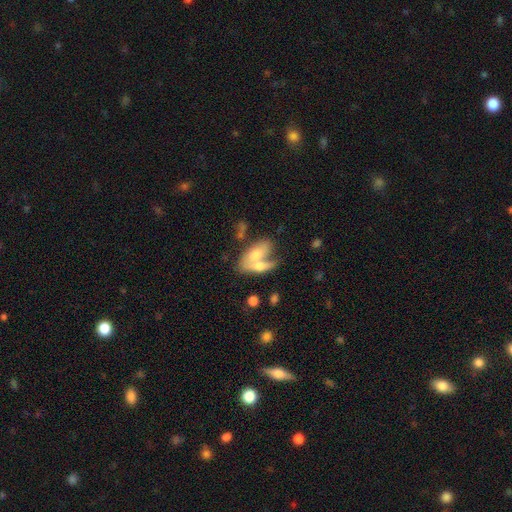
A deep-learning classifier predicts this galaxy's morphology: type=smooth (61%); roundness=in between (78%); merging=merger (56%).